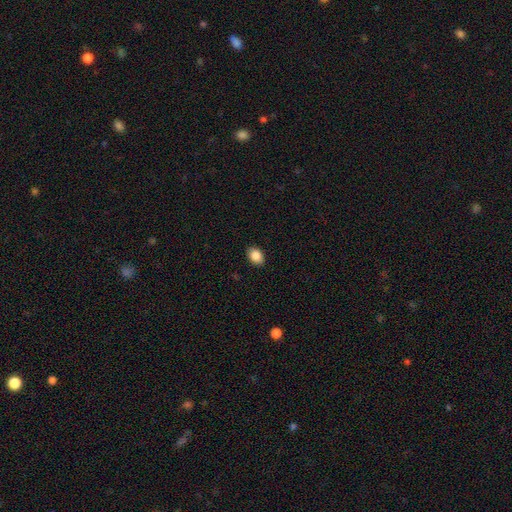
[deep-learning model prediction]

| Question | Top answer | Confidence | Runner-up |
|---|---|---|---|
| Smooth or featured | smooth | 88% | star or artifact (8%) |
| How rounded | in between | 75% | round (24%) |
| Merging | none | 89% | minor disturbance (8%) |